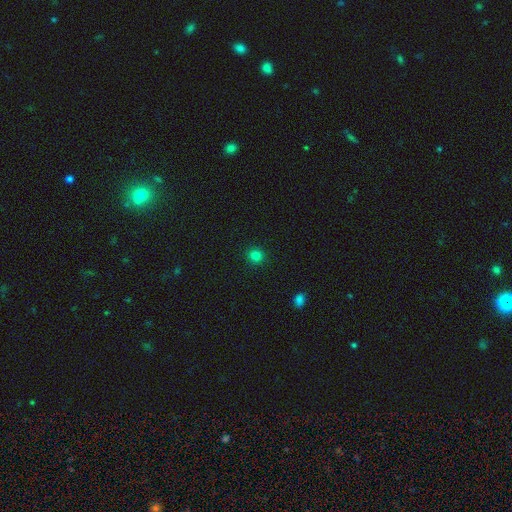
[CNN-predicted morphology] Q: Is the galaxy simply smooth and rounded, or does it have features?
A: smooth — 81%.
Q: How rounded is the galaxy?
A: round — 90%.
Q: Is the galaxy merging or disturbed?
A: none — 92%.